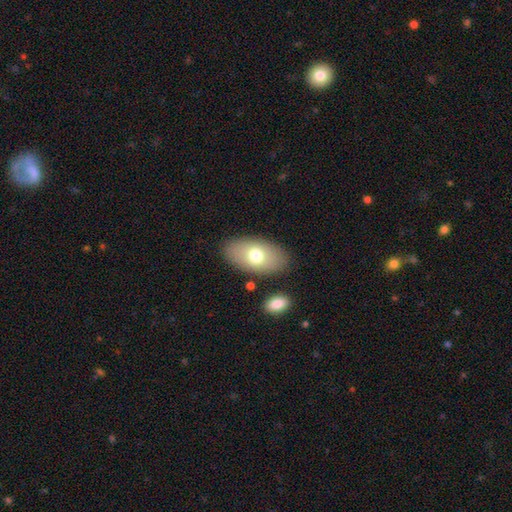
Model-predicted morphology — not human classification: The model was most divided on "smooth or featured": smooth: 71%, featured or disk: 22%, star or artifact: 7%. More confident: how rounded — in between (94%); merging — none (82%).